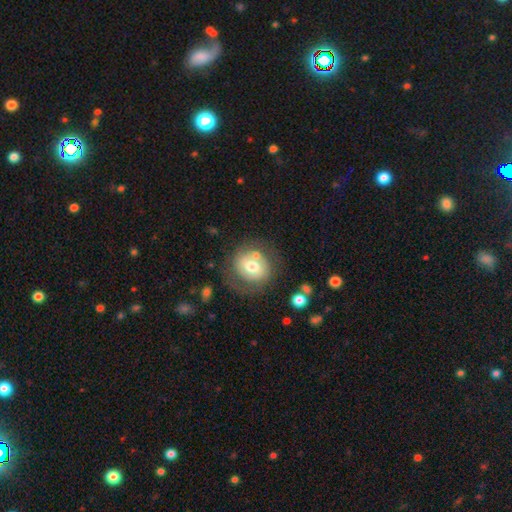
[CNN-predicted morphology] A smooth galaxy with no disk features (48%).

Vote fractions:
- Smooth or featured? smooth: 48% / featured or disk: 44% / star or artifact: 8%
- Merging? none: 62% / minor disturbance: 18% / major disturbance: 12% / merger: 8%